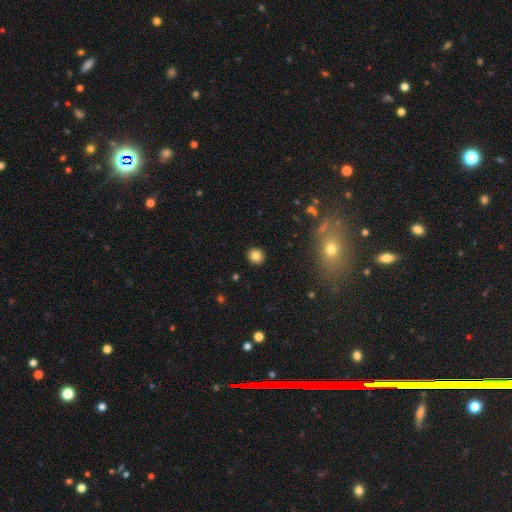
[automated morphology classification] This appears to be a smooth galaxy with no disk features (82%) that is round (88%). Merging: none (92%).